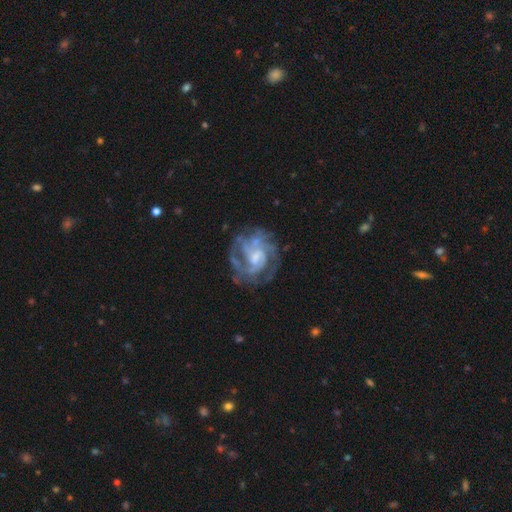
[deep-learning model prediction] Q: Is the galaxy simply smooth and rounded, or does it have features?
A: featured or disk — 84%.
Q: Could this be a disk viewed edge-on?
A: no — 98%.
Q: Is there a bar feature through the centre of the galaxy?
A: weak — 45%.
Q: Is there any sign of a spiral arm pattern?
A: yes — 89%.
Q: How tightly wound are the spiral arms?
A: tight — 47%.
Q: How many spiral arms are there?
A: can't tell — 34%.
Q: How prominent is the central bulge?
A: moderate — 39%.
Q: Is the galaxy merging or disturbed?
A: none — 63%.